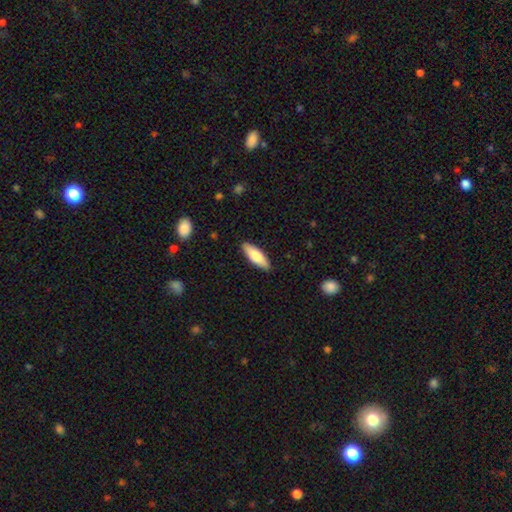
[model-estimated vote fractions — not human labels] smooth_or_featured: smooth (p=0.71) [alt: featured or disk p=0.24]
how_rounded: in between (p=0.58) [alt: cigar-shaped p=0.40]
merging: none (p=0.89) [alt: minor disturbance p=0.08]